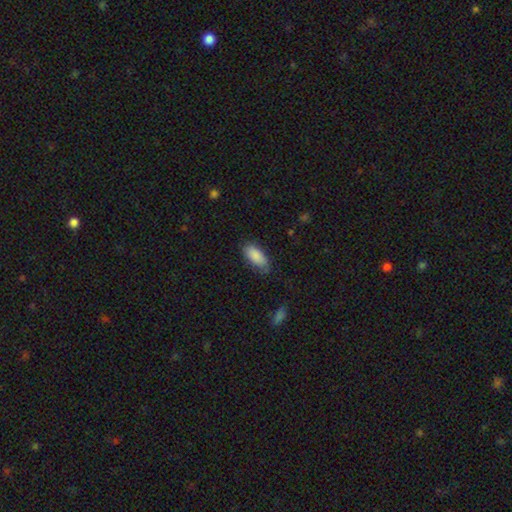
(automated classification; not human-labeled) The model was most divided on "merging": none: 73%, minor disturbance: 21%, major disturbance: 4%, merger: 2%. More confident: how rounded — in between (88%); smooth or featured — smooth (87%).